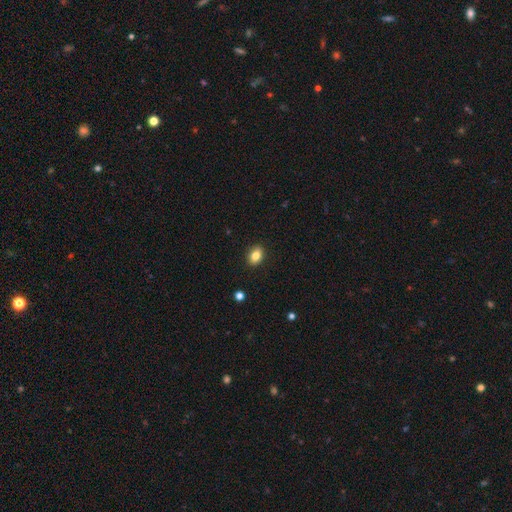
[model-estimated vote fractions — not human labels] A smooth galaxy with no disk features (82%) that is in between round and cigar-shaped (75%).

Vote fractions:
- Smooth or featured? smooth: 82% / featured or disk: 9% / star or artifact: 9%
- How rounded? in between: 75% / round: 23% / cigar-shaped: 2%
- Merging? none: 89% / minor disturbance: 8% / major disturbance: 2% / merger: 1%